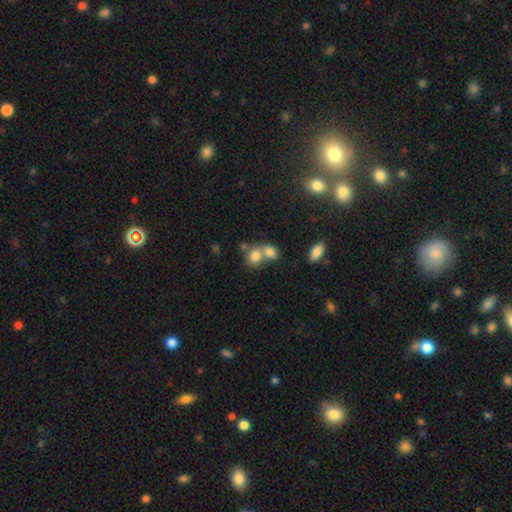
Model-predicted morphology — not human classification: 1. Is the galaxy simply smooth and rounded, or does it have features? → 78% smooth, 11% featured or disk, 10% star or artifact.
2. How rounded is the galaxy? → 60% round, 38% in between, 1% cigar-shaped.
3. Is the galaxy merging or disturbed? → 60% merger, 30% none, 7% minor disturbance, 3% major disturbance.